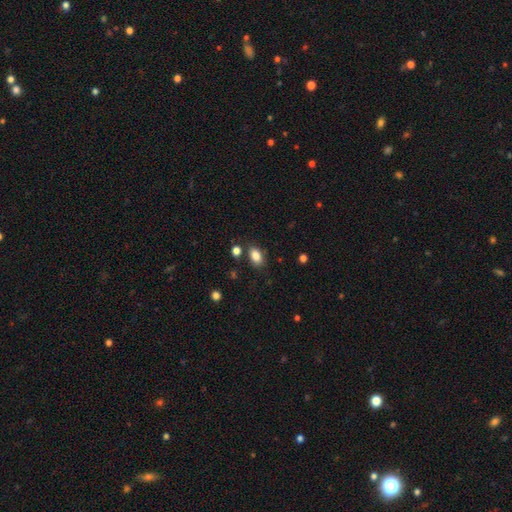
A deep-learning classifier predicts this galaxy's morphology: smooth 84%, star or artifact 9%, featured or disk 6%. Down the decision tree: how rounded — in between (86%); merging — none (80%).